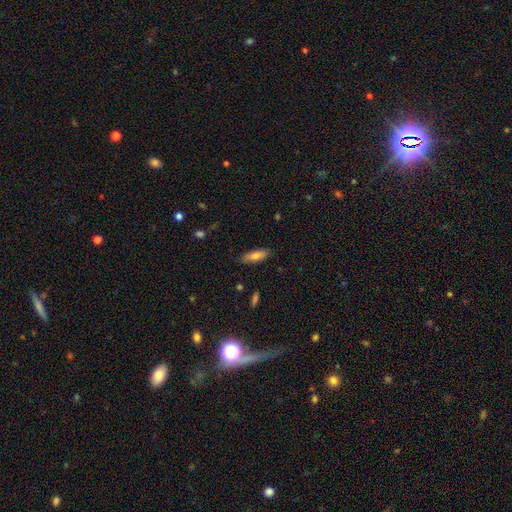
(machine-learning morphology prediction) This appears to be a smooth galaxy with no disk features (74%) that is cigar-shaped (50%). Merging: none (84%).